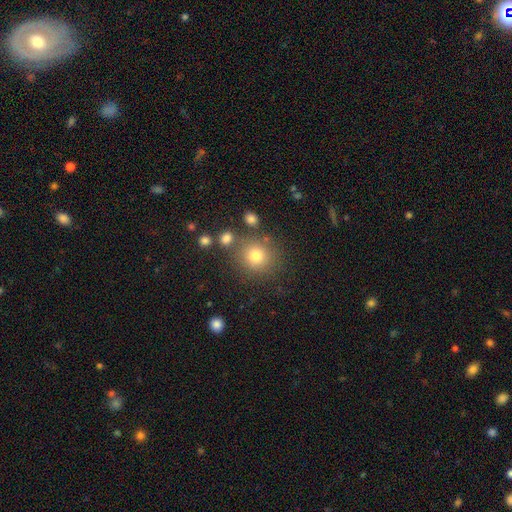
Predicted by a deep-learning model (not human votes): This is likely a smooth galaxy (76%). How rounded: clearly round (89%). Merging: likely none (78%).